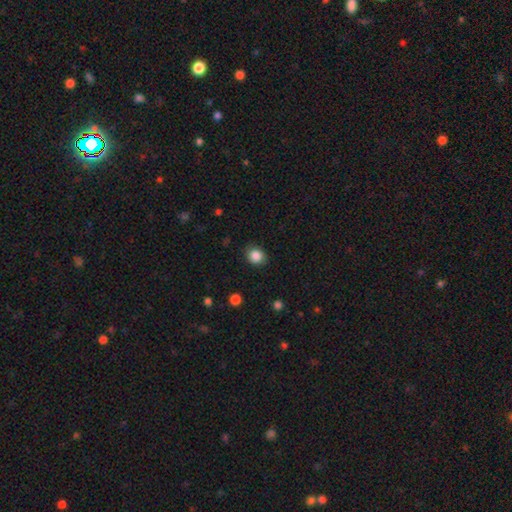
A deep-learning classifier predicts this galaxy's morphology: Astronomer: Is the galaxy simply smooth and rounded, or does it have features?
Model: smooth — 86%.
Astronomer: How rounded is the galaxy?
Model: round — 69%.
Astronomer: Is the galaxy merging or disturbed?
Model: none — 84%.